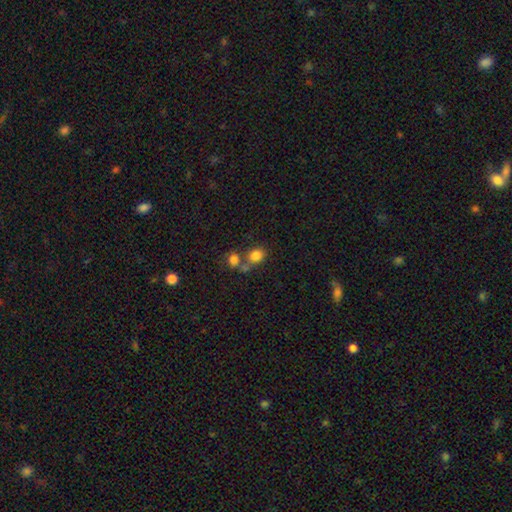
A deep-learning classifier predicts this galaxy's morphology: Smooth or featured?
  - smooth: 81% *
  - star or artifact: 12%
  - featured or disk: 8%
How rounded?
  - round: 62% *
  - in between: 37%
  - cigar-shaped: 1%
Merging?
  - none: 49% *
  - merger: 38%
  - minor disturbance: 9%
  - major disturbance: 4%